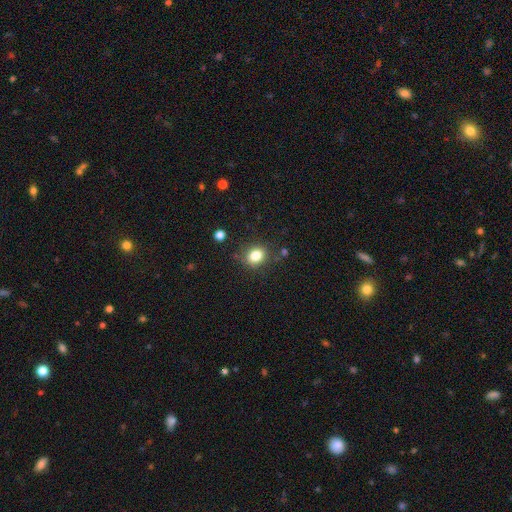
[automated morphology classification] The model was most divided on "how rounded": round: 52%, in between: 47%, cigar-shaped: 1%. More confident: smooth or featured — smooth (82%); merging — none (80%).